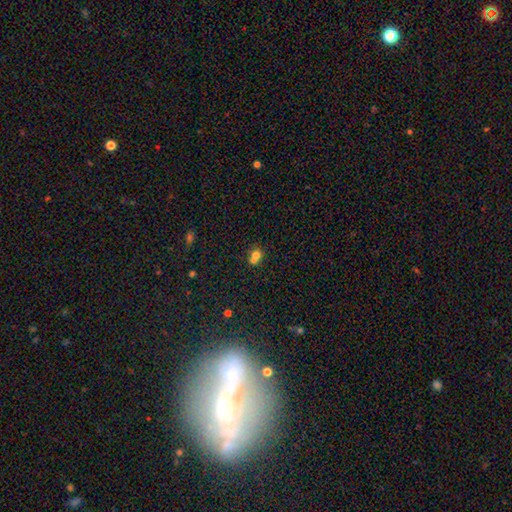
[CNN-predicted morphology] Smooth or featured? Predicted: smooth (p=0.71). How rounded? Predicted: round (p=0.68). Merging? Predicted: merger (p=0.58).